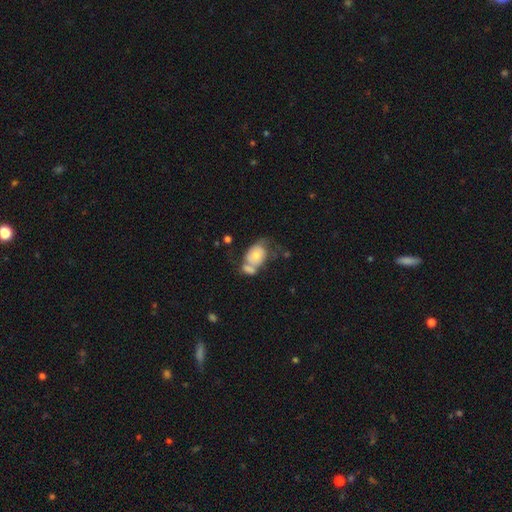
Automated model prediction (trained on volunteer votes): This appears to be a smooth galaxy with no disk features (58%) that is in between round and cigar-shaped (76%). Merging: merger (47%).